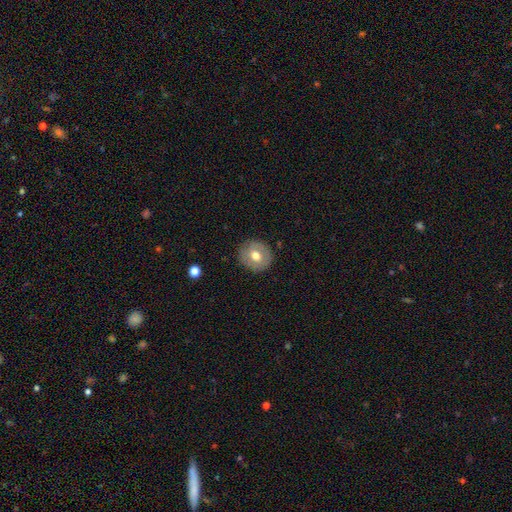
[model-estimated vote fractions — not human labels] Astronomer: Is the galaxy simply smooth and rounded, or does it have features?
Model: smooth — 62%.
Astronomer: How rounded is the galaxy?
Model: round — 83%.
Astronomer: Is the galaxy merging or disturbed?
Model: none — 86%.